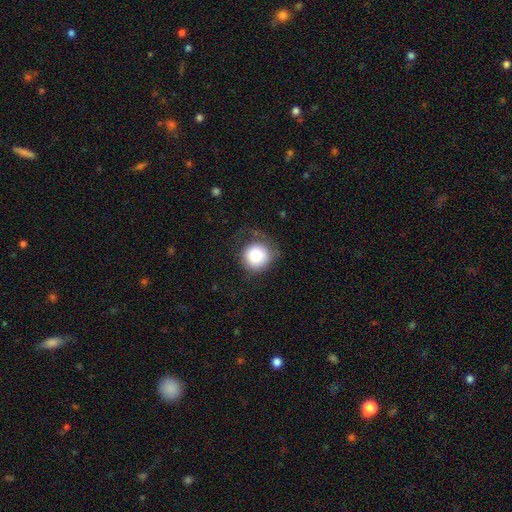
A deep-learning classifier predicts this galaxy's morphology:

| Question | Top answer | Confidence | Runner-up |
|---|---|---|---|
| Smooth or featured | smooth | 81% | featured or disk (10%) |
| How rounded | round | 93% | in between (6%) |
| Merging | none | 64% | minor disturbance (21%) |